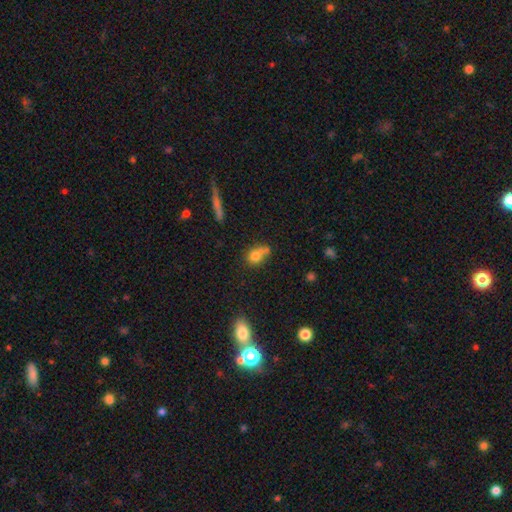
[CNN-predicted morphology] Smooth or featured: smooth — 74% (featured or disk — 14%)
How rounded: round — 50% (in between — 47%)
Merging: none — 38% (merger — 32%)